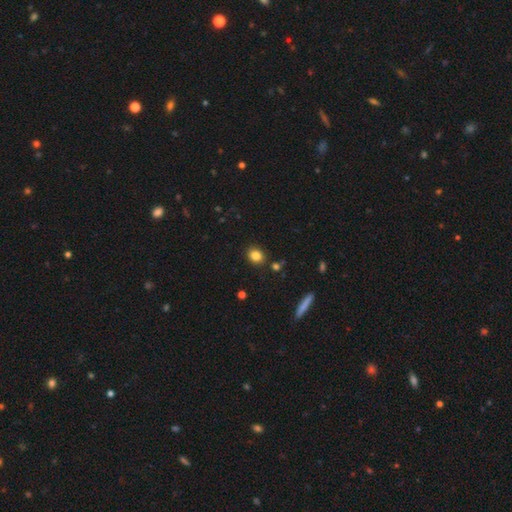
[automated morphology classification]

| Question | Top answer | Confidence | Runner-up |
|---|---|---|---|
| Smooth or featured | smooth | 84% | star or artifact (11%) |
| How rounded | round | 66% | in between (32%) |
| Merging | none | 86% | minor disturbance (8%) |